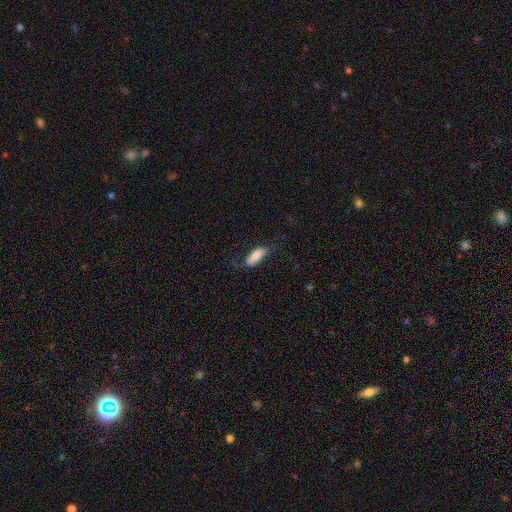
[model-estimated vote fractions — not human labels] This is clearly a smooth galaxy (82%). How rounded: likely in between (67%). Merging: likely none (67%).